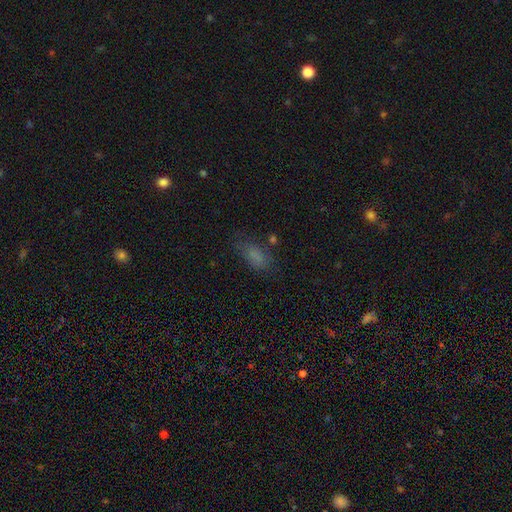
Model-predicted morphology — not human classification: Q: Smooth or featured?
A: smooth (74%); runner-up: star or artifact (15%)
Q: How rounded?
A: in between (85%); runner-up: cigar-shaped (10%)
Q: Merging?
A: none (64%); runner-up: minor disturbance (21%)